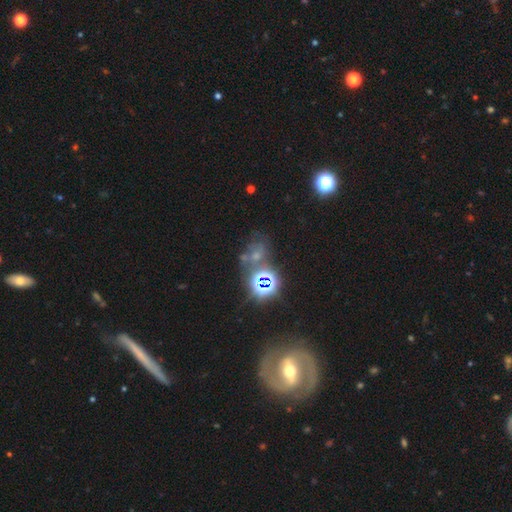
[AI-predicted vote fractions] smooth_or_featured: star or artifact (p=0.53) [alt: smooth p=0.29]